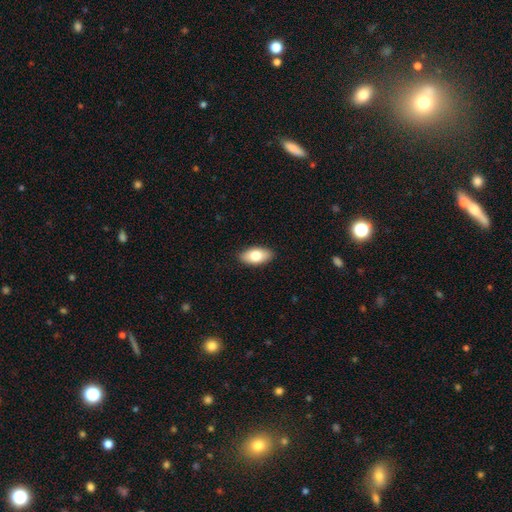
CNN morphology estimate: Smooth or featured? smooth (77%)
How rounded? in between (93%)
Merging? none (89%)